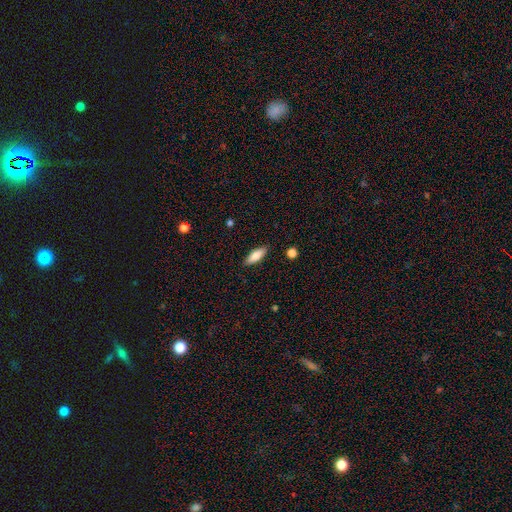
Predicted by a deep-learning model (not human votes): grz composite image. It shows a smooth galaxy with no disk features (77%) that is in between round and cigar-shaped (62%). Merging: none (88%).